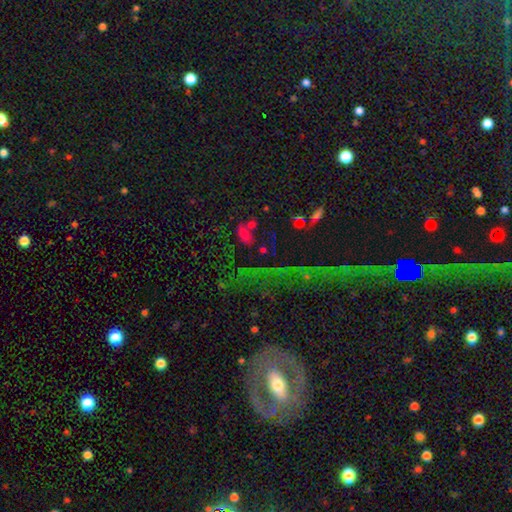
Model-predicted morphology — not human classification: A star or artifact, not a galaxy (58%).

Vote fractions:
- Smooth or featured? star or artifact: 58% / smooth: 26% / featured or disk: 16%